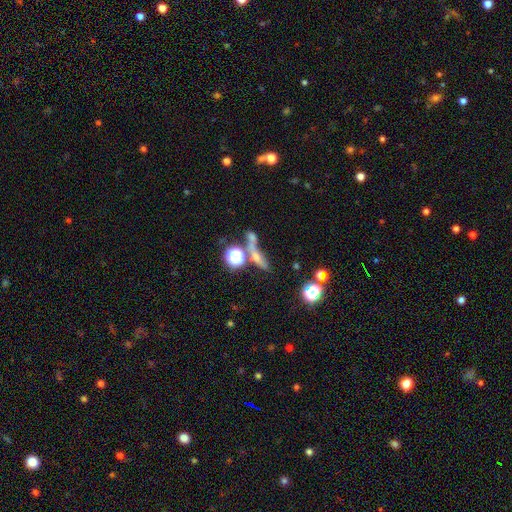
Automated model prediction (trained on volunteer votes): smooth-or-featured: smooth: 47% | featured or disk: 29% | star or artifact: 24%
  merging: none: 40% | merger: 37% | minor disturbance: 12% | major disturbance: 11%